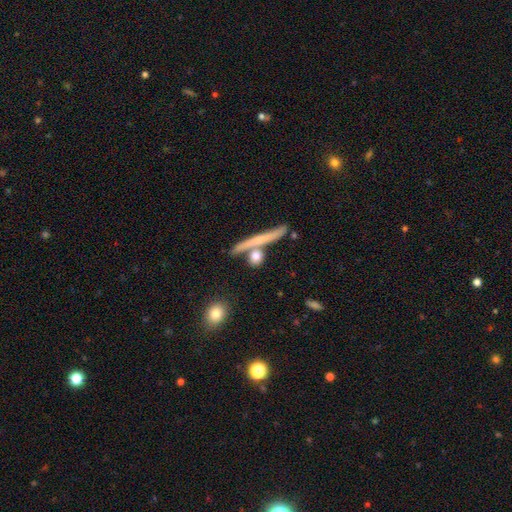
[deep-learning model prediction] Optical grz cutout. It shows a smooth galaxy with no disk features (69%) that is round (46%). Merging: none (65%).